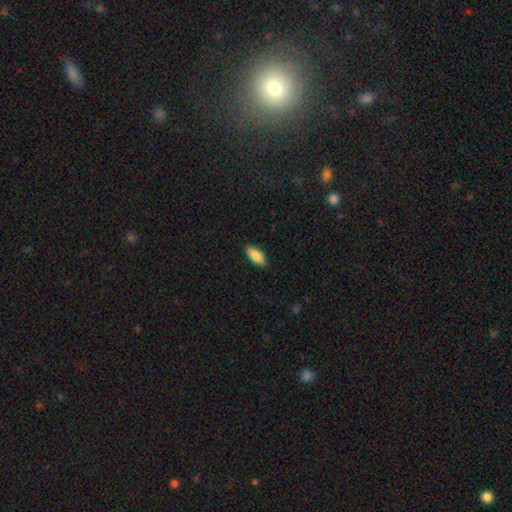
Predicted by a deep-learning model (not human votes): This appears to be a smooth galaxy with no disk features (85%) that is in between round and cigar-shaped (84%). Merging: none (88%).